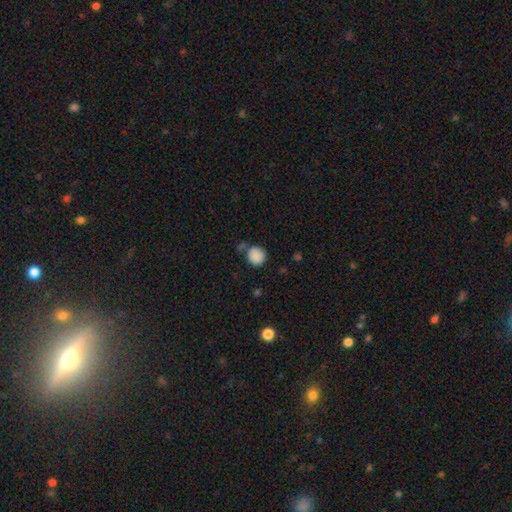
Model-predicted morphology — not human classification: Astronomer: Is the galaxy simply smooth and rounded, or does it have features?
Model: smooth — 88%.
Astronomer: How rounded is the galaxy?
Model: round — 87%.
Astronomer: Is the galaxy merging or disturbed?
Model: none — 70%.